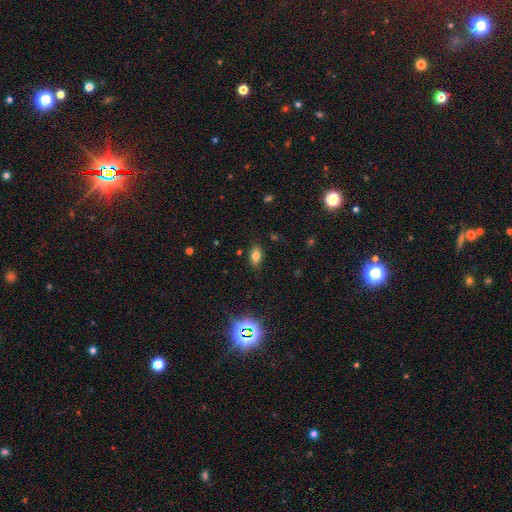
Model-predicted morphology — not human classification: Smooth or featured?
  - smooth: 75% *
  - star or artifact: 15%
  - featured or disk: 10%
How rounded?
  - in between: 87% *
  - round: 9%
  - cigar-shaped: 5%
Merging?
  - none: 84% *
  - minor disturbance: 11%
  - major disturbance: 3%
  - merger: 2%